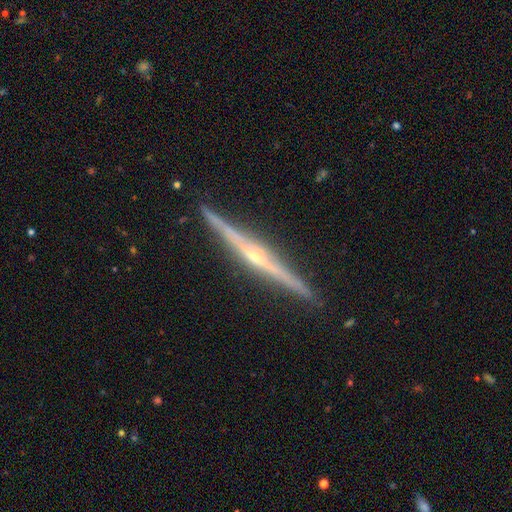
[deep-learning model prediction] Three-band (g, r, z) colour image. It shows a featured or disk galaxy (88%) viewed edge-on (99%) with a rounded central bulge (84%). Merging: none (92%).